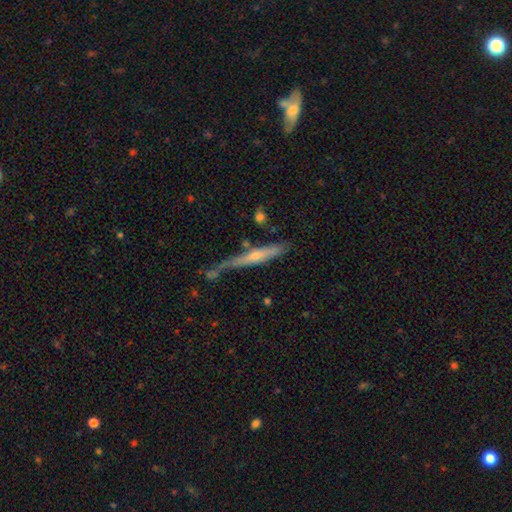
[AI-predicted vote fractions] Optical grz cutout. It shows a featured or disk galaxy (60%) viewed edge-on (91%) with a rounded central bulge (66%). Merging: none (60%).